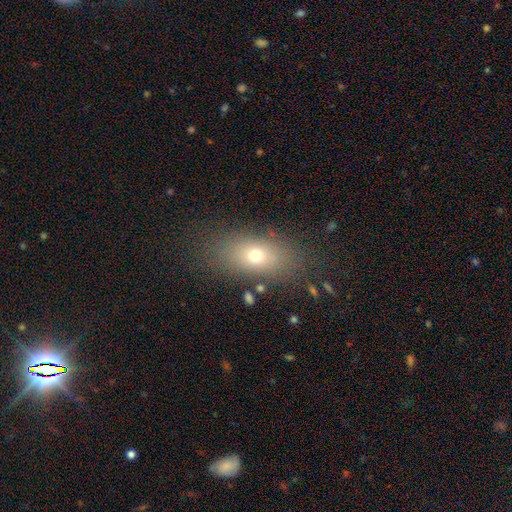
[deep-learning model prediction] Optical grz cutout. It shows a smooth galaxy with no disk features (68%) that is in between round and cigar-shaped (78%). Merging: none (81%).